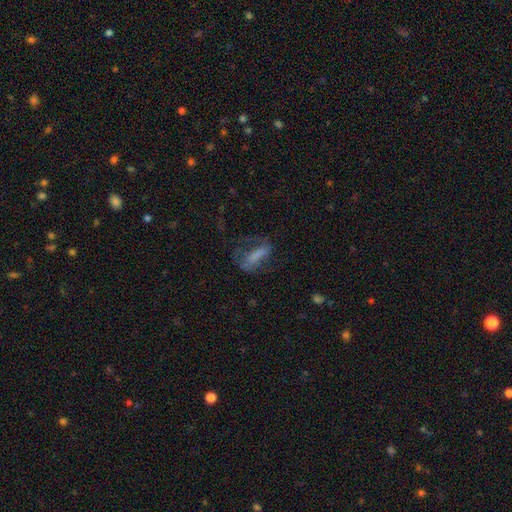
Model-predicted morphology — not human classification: A smooth galaxy with no disk features (46%). Merging: major disturbance (41%).